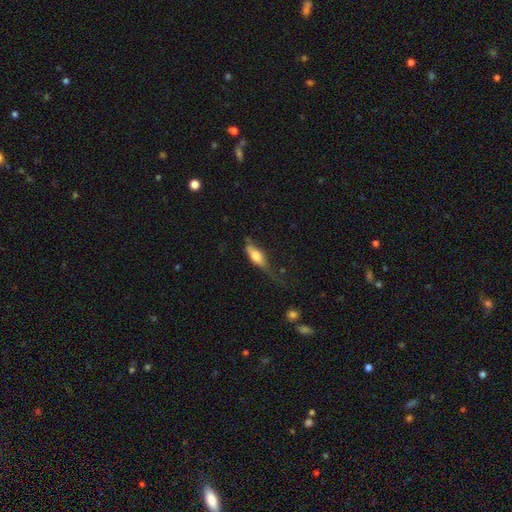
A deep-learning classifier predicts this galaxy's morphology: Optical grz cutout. It shows a smooth galaxy with no disk features (65%) that is in between round and cigar-shaped (67%). Merging: none (33%).